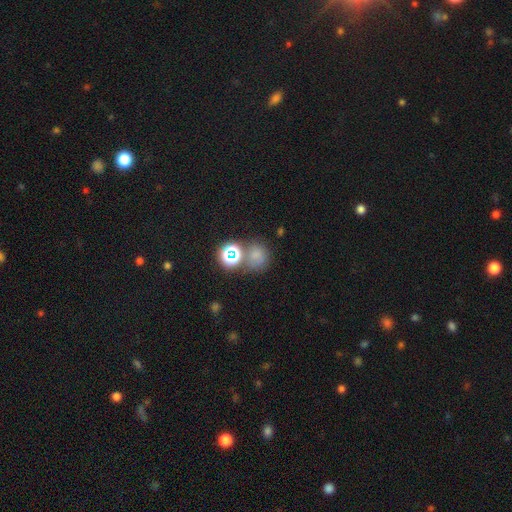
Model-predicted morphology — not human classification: Smooth or featured?
  - smooth: 63% *
  - star or artifact: 27%
  - featured or disk: 10%
How rounded?
  - round: 79% *
  - in between: 20%
  - cigar-shaped: 1%
Merging?
  - none: 54% *
  - merger: 24%
  - minor disturbance: 15%
  - major disturbance: 8%